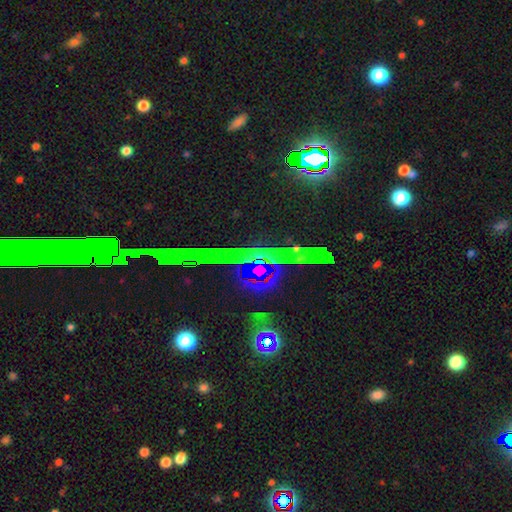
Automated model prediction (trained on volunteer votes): Q: Smooth or featured?
A: star or artifact (62%); runner-up: featured or disk (24%)